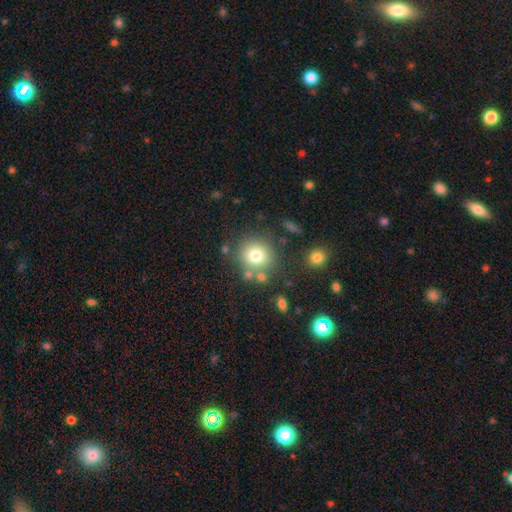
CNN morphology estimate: Overall: smooth (76%). How rounded: round (89%). Merging: none (75%).